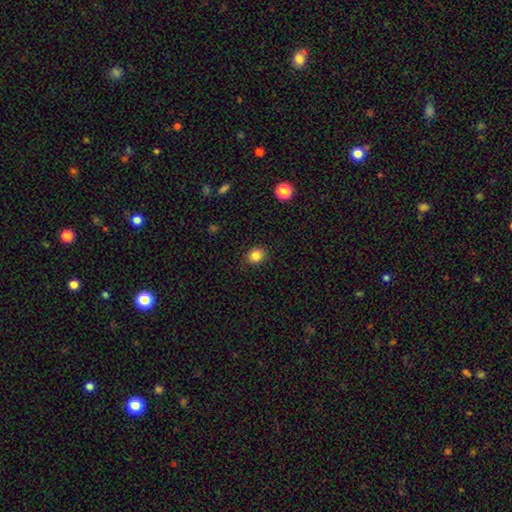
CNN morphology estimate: This is clearly a smooth galaxy (85%). How rounded: likely round (68%). Merging: clearly none (89%).